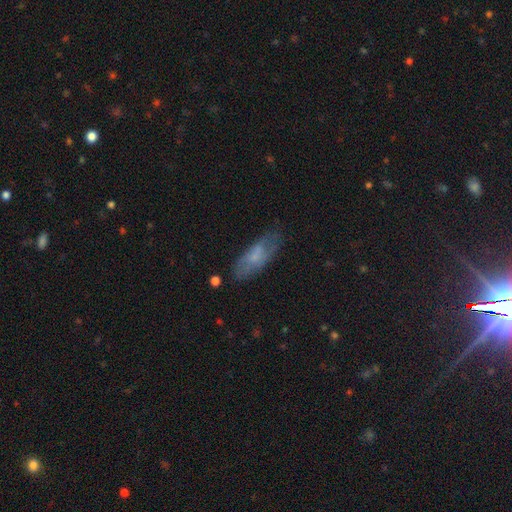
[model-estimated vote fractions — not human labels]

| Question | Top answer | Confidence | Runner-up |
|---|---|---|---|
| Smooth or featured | smooth | 62% | featured or disk (31%) |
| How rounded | in between | 66% | cigar-shaped (32%) |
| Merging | none | 68% | minor disturbance (23%) |